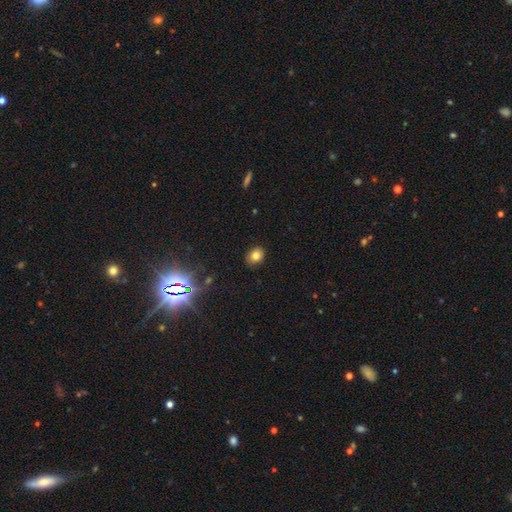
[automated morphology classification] Overall: smooth (79%). How rounded: in between (58%; round 41%). Merging: none (87%).